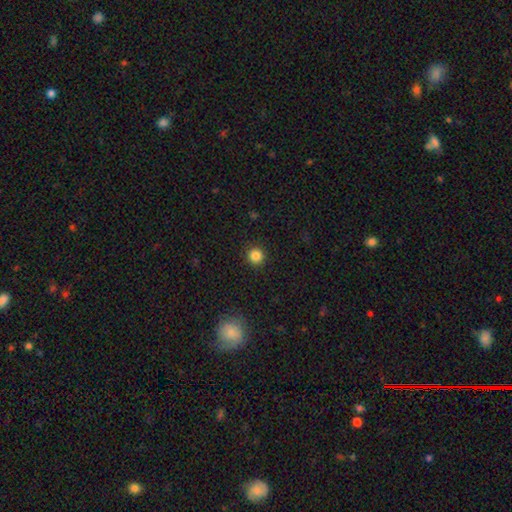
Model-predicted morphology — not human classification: A smooth galaxy with no disk features (85%) that is round (95%).

Vote fractions:
- Smooth or featured? smooth: 85% / star or artifact: 12% / featured or disk: 4%
- How rounded? round: 95% / in between: 4% / cigar-shaped: 1%
- Merging? none: 92% / minor disturbance: 5% / major disturbance: 2% / merger: 1%